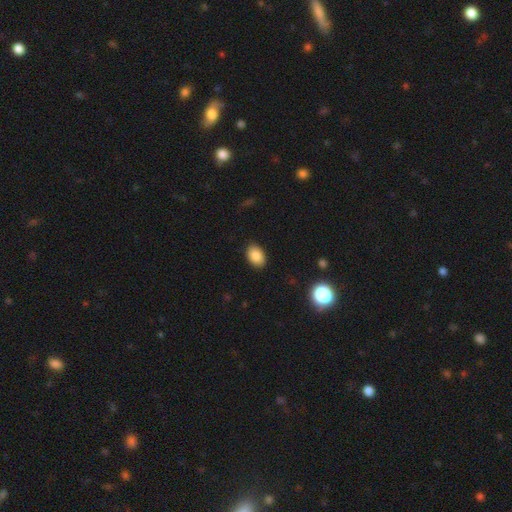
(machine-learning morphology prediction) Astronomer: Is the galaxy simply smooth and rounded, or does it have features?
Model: smooth — 86%.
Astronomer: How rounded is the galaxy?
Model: in between — 82%.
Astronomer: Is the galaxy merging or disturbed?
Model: none — 89%.